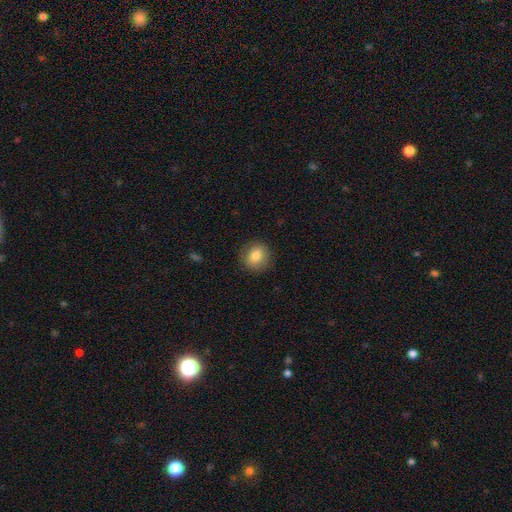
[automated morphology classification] Q: Smooth or featured?
A: smooth (81%); runner-up: featured or disk (9%)
Q: How rounded?
A: round (85%); runner-up: in between (14%)
Q: Merging?
A: none (88%); runner-up: minor disturbance (9%)